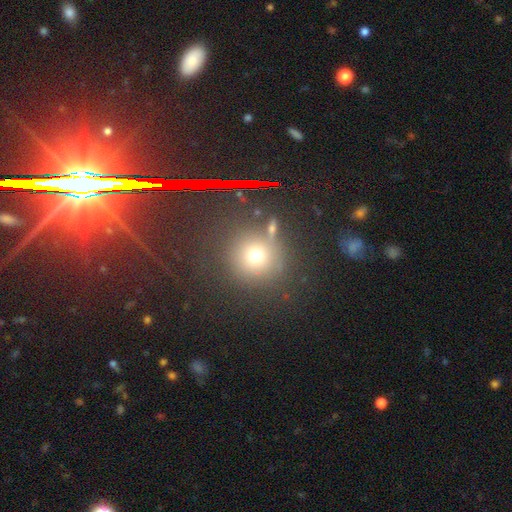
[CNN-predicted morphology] Smooth or featured: smooth — 66% (star or artifact — 23%)
How rounded: round — 92% (in between — 7%)
Merging: none — 76% (minor disturbance — 10%)